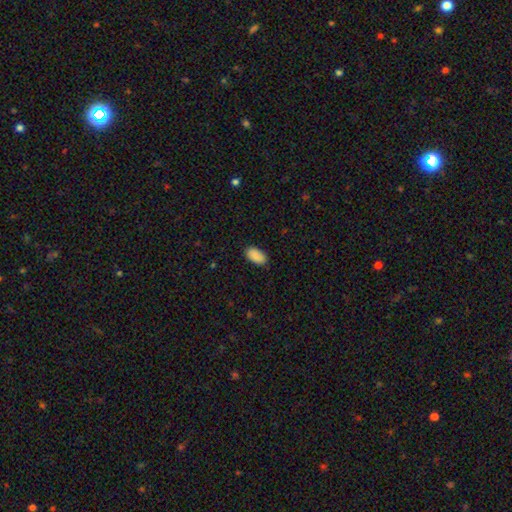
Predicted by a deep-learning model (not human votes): Morphology: type=smooth (90%); roundness=in between (95%); merging=none (87%).